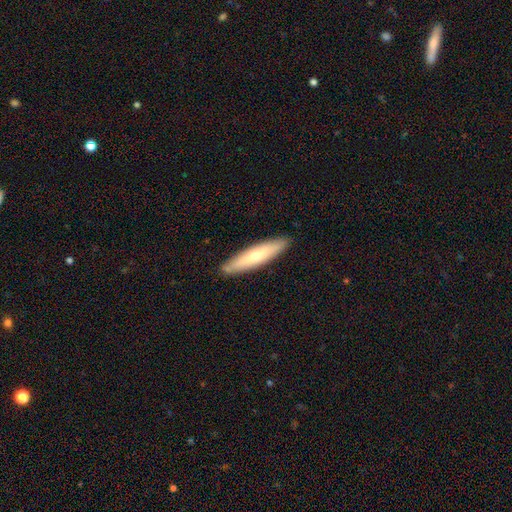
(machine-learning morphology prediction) Overall: smooth (57%; featured or disk 37%). How rounded: cigar-shaped (81%). Merging: none (87%).